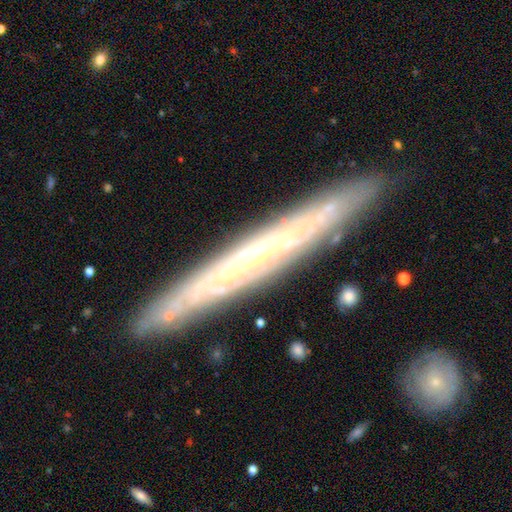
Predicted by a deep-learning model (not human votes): Overall: featured or disk (71%). Edge-on disk: yes (85%). Edge-on bulge: none (78%). Merging: none (87%).